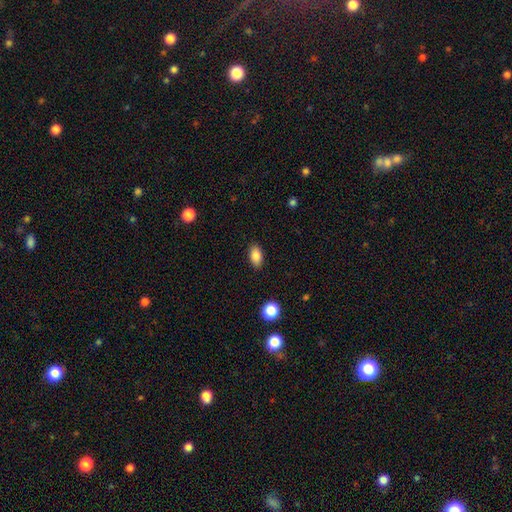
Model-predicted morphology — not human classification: type=smooth (86%); roundness=in between (89%); merging=none (87%).